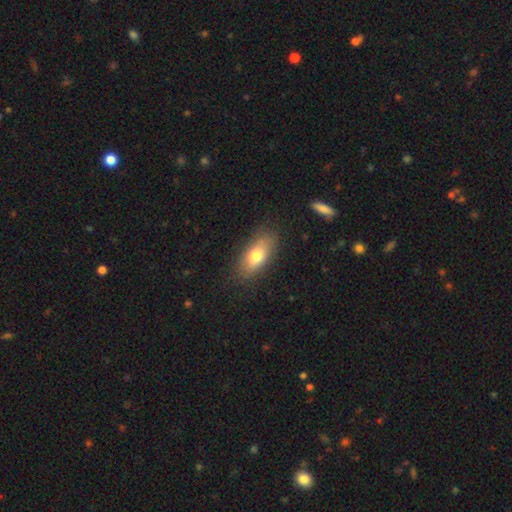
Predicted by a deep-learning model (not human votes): Morphology: type=smooth (73%); roundness=in between (84%); merging=none (80%).